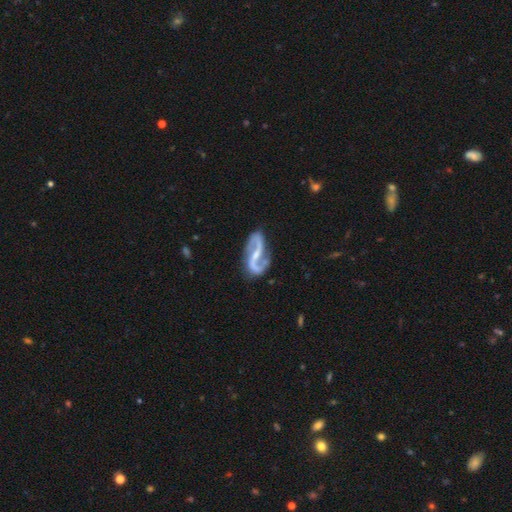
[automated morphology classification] featured or disk 92%, star or artifact 4%, smooth 4%. Down the decision tree: edge-on disk — no (97%); bar — weak (39%); spiral arms — yes (97%); spiral arm count — 2 (94%); spiral winding — loose (54%); bulge size — small (59%); merging — none (76%).